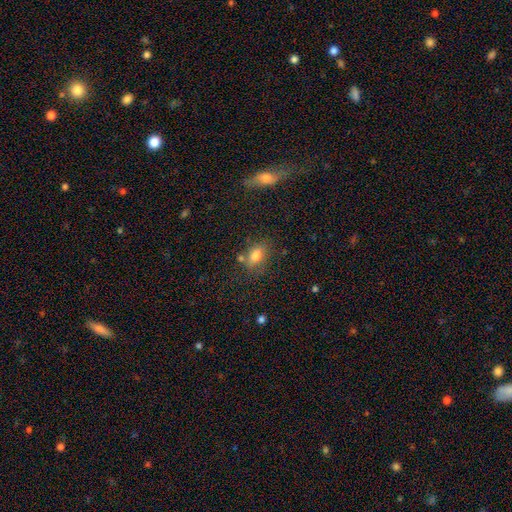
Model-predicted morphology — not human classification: A smooth galaxy with no disk features (78%) that is in between round and cigar-shaped (80%).

Vote fractions:
- Smooth or featured? smooth: 78% / featured or disk: 11% / star or artifact: 11%
- How rounded? in between: 80% / round: 16% / cigar-shaped: 4%
- Merging? none: 67% / minor disturbance: 16% / merger: 12% / major disturbance: 5%